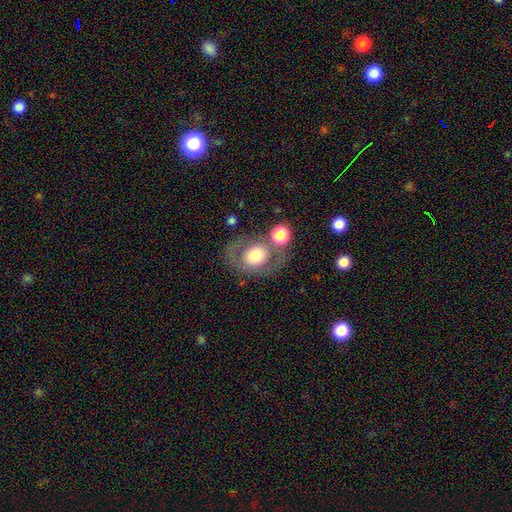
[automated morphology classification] Smooth or featured?
  - smooth: 55% *
  - featured or disk: 37%
  - star or artifact: 9%
How rounded?
  - round: 53% *
  - in between: 46%
  - cigar-shaped: 1%
Merging?
  - none: 62% *
  - minor disturbance: 15%
  - merger: 14%
  - major disturbance: 9%